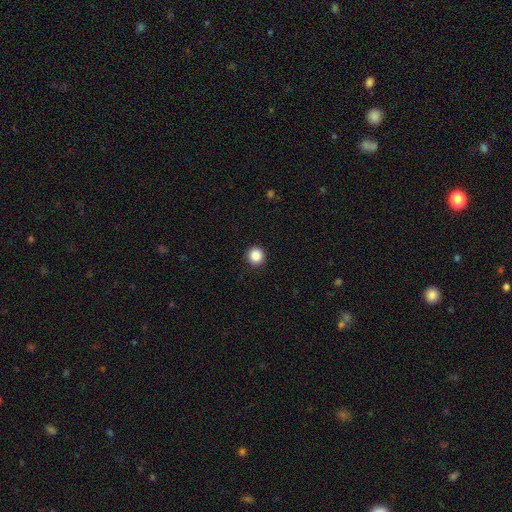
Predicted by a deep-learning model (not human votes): The model was most divided on "smooth or featured": smooth: 88%, star or artifact: 10%, featured or disk: 3%. More confident: how rounded — round (93%); merging — none (92%).